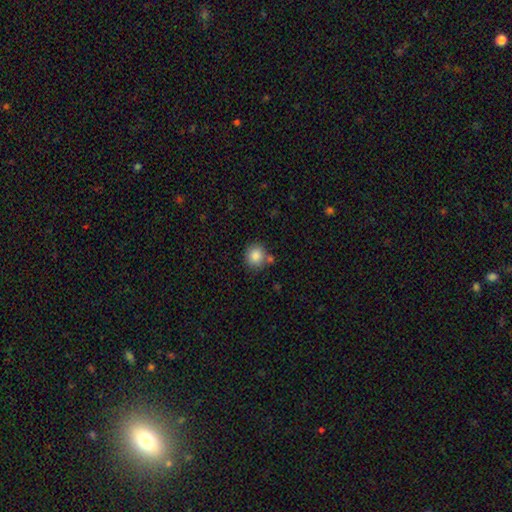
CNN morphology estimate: smooth_or_featured: smooth (p=0.86) [alt: star or artifact p=0.09]
how_rounded: round (p=0.85) [alt: in between p=0.14]
merging: none (p=0.75) [alt: minor disturbance p=0.11]